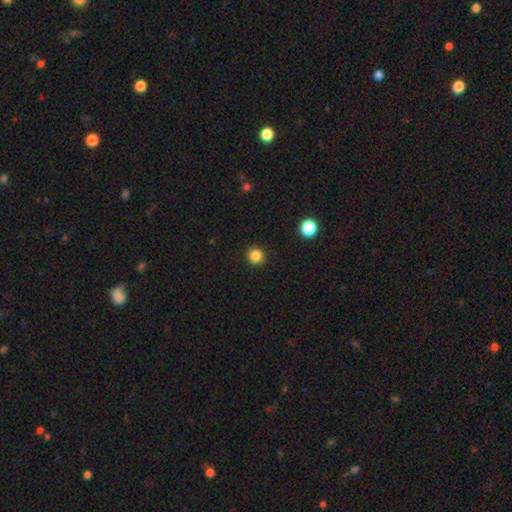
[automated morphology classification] The model was most divided on "smooth or featured": smooth: 84%, star or artifact: 12%, featured or disk: 4%. More confident: how rounded — round (94%); merging — none (93%).